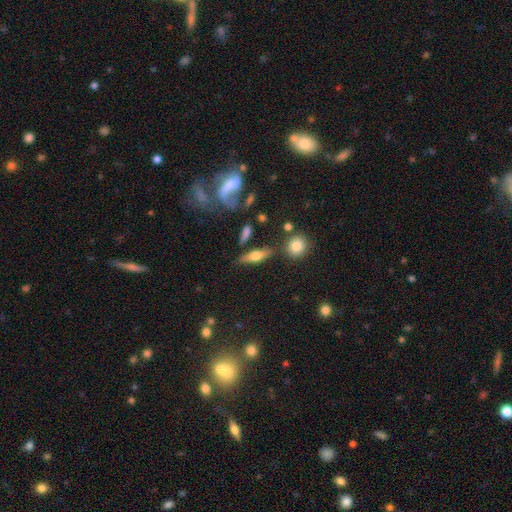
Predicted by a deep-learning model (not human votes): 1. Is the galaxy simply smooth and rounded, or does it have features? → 47% smooth, 45% featured or disk, 8% star or artifact.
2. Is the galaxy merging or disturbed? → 73% none, 14% minor disturbance, 8% merger, 5% major disturbance.